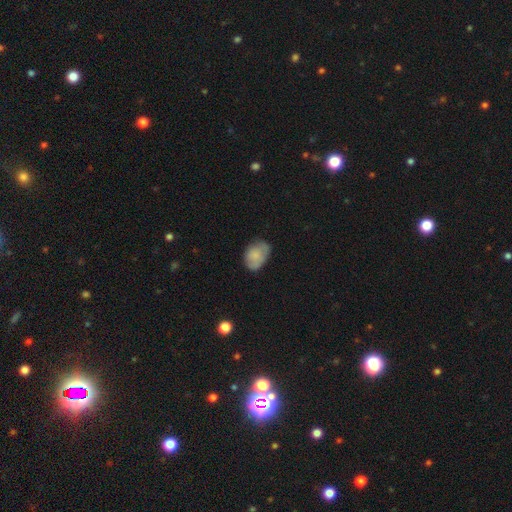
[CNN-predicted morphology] A smooth galaxy with no disk features (73%) that is in between round and cigar-shaped (78%). Merging: none (59%).